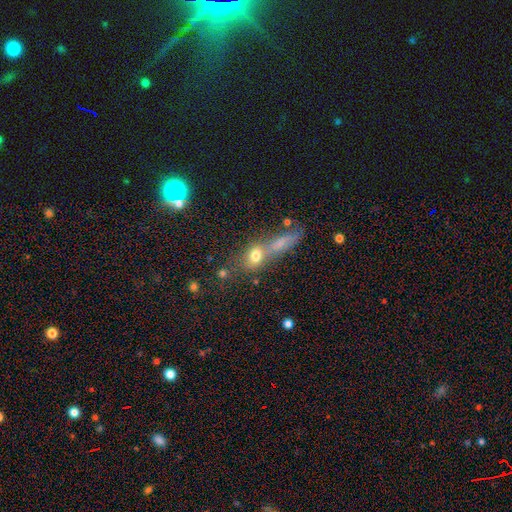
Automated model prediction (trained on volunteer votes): A smooth galaxy with no disk features (68%) that is in between round and cigar-shaped (46%).

Vote fractions:
- Smooth or featured? smooth: 68% / featured or disk: 16% / star or artifact: 15%
- How rounded? in between: 46% / round: 42% / cigar-shaped: 12%
- Merging? merger: 44% / none: 38% / minor disturbance: 10% / major disturbance: 7%